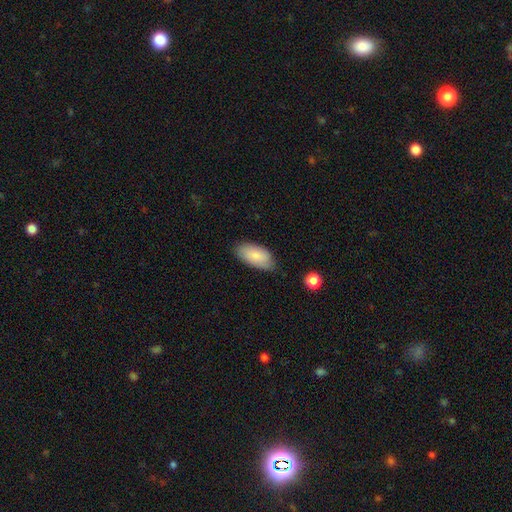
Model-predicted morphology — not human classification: A smooth galaxy with no disk features (84%) that is in between round and cigar-shaped (94%). Merging: none (76%).